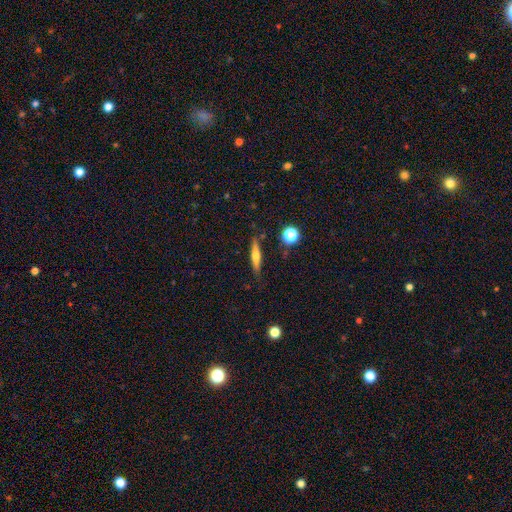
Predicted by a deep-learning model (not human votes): A featured or disk galaxy (48%). Merging: none (84%).